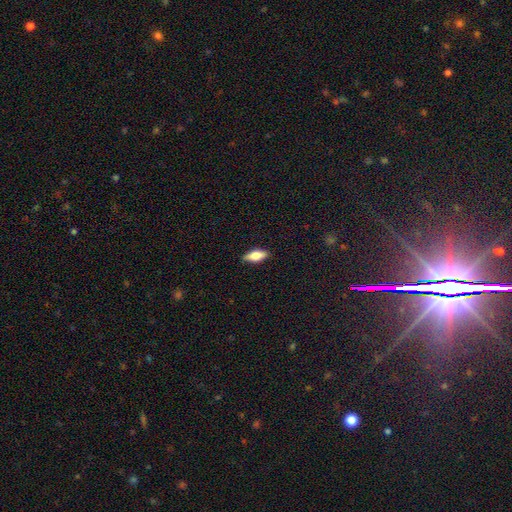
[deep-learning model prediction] A smooth galaxy with no disk features (65%) that is in between round and cigar-shaped (73%).

Vote fractions:
- Smooth or featured? smooth: 65% / featured or disk: 28% / star or artifact: 7%
- How rounded? in between: 73% / cigar-shaped: 24% / round: 3%
- Merging? none: 87% / minor disturbance: 10% / major disturbance: 2% / merger: 1%